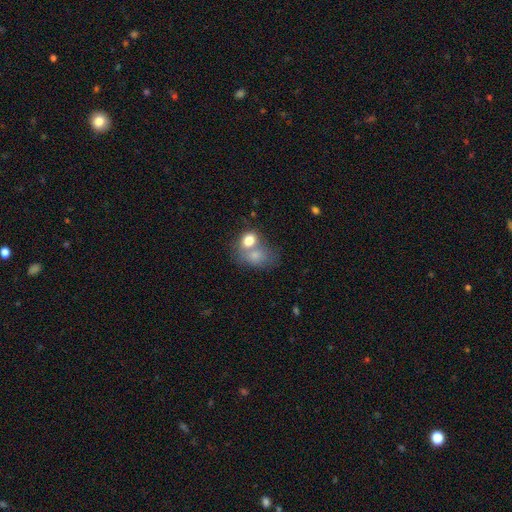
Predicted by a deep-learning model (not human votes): Smooth or featured? smooth (75%)
How rounded? in between (61%)
Merging? merger (62%)